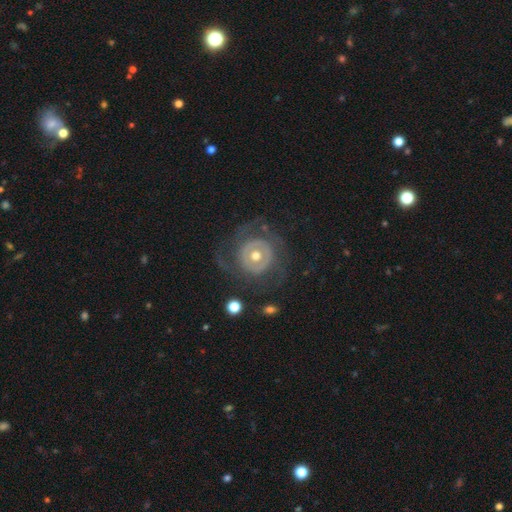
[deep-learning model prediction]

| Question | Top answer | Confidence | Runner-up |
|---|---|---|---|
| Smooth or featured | featured or disk | 72% | smooth (21%) |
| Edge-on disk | no | 97% | yes (3%) |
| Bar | no | 76% | weak (17%) |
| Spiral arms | yes | 51% | no (49%) |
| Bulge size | moderate | 73% | small (17%) |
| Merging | none | 61% | major disturbance (20%) |